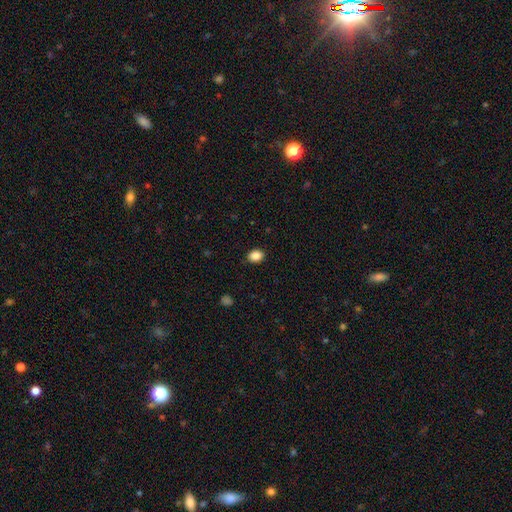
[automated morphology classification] smooth-or-featured: smooth: 86% | star or artifact: 10% | featured or disk: 4%
  how-rounded: in between: 55% | round: 44% | cigar-shaped: 1%
  merging: none: 88% | minor disturbance: 8% | major disturbance: 2% | merger: 1%